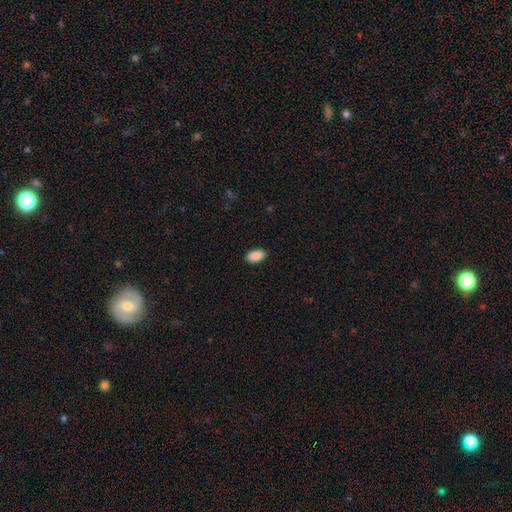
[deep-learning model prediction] Q: Smooth or featured?
A: smooth (90%); runner-up: star or artifact (7%)
Q: How rounded?
A: in between (94%); runner-up: round (4%)
Q: Merging?
A: none (89%); runner-up: minor disturbance (8%)